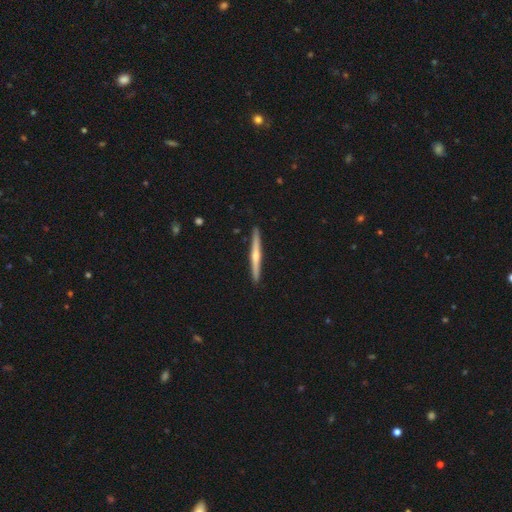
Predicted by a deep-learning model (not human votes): This is likely a featured or disk galaxy (65%). It is clearly viewed edge-on (98%). Edge-on bulge: likely rounded (79%). Merging: clearly none (92%).